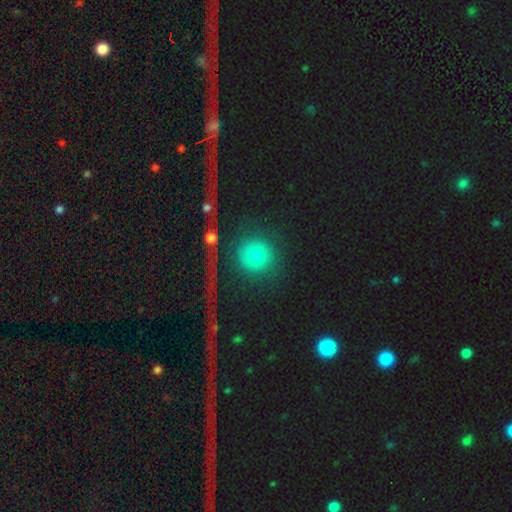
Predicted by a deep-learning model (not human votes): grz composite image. It shows a smooth galaxy with no disk features (69%) that is round (93%). Merging: none (79%).